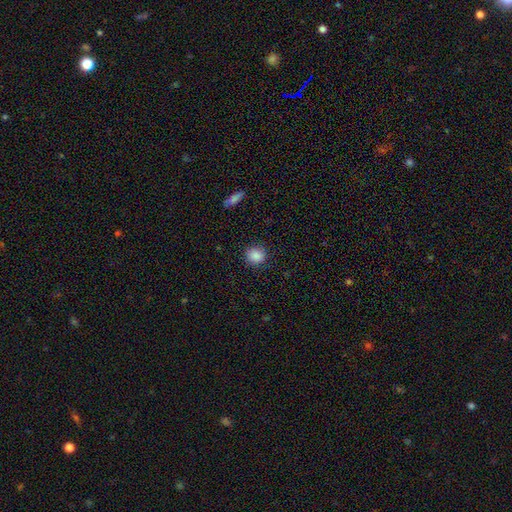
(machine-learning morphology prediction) Smooth or featured? smooth (88%)
How rounded? round (80%)
Merging? none (87%)